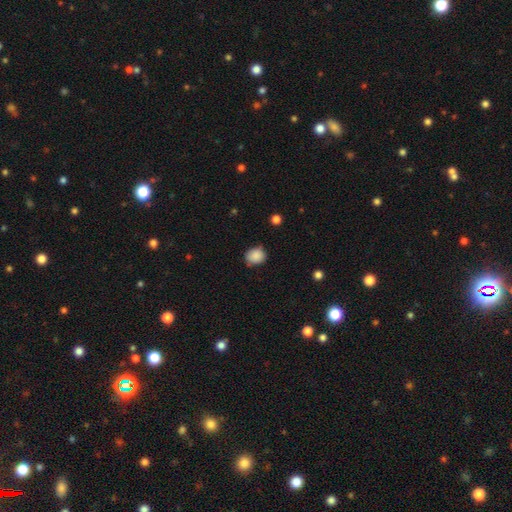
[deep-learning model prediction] Smooth or featured?
  - smooth: 87% *
  - star or artifact: 9%
  - featured or disk: 4%
How rounded?
  - round: 64% *
  - in between: 35%
  - cigar-shaped: 1%
Merging?
  - none: 68% *
  - minor disturbance: 26%
  - major disturbance: 4%
  - merger: 2%